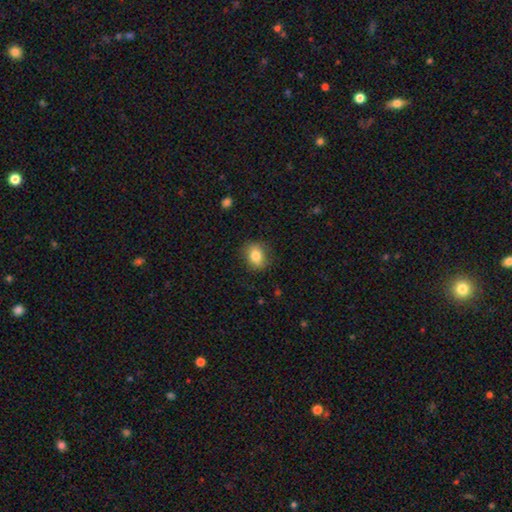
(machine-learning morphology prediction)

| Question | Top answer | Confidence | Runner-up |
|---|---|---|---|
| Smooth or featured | smooth | 81% | featured or disk (10%) |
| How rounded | in between | 57% | round (41%) |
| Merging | none | 83% | minor disturbance (13%) |